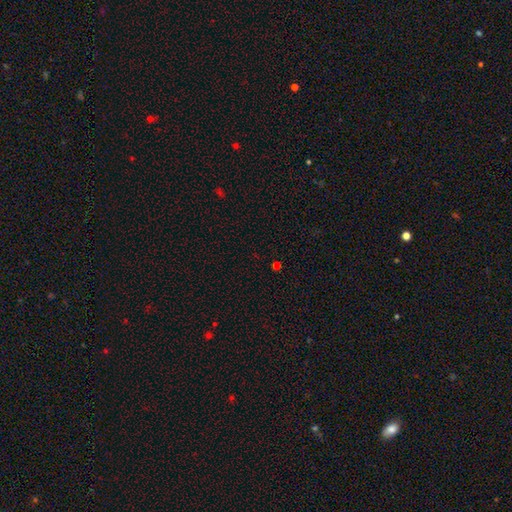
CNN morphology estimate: Smooth or featured? Predicted: star or artifact (p=0.53).